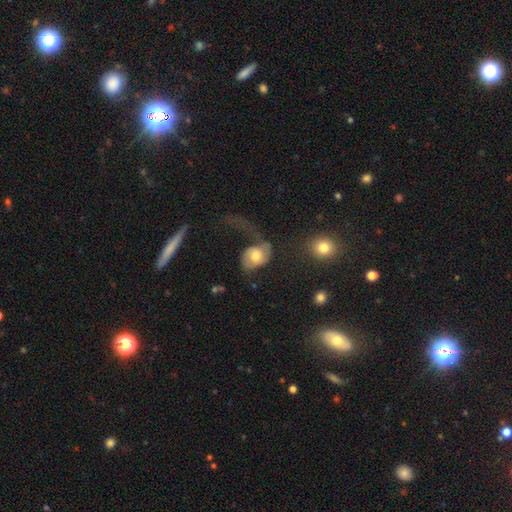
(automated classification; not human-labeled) featured or disk 56%, smooth 37%, star or artifact 7%. Down the decision tree: edge-on disk — no (96%); bar — no (71%); spiral arms — yes (78%); bulge size — moderate (67%); merging — major disturbance (54%).